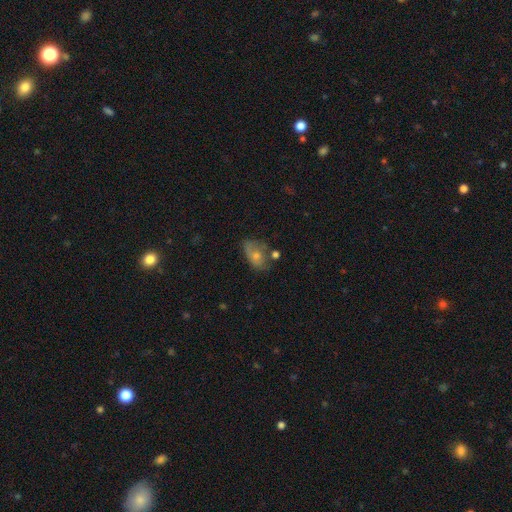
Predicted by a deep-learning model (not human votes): Morphology: type=smooth (47%); merging=none (52%).